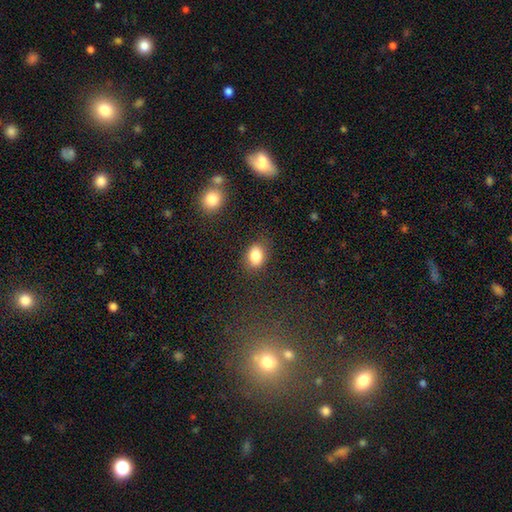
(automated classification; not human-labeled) Smooth or featured: smooth — 84% (star or artifact — 9%)
How rounded: in between — 74% (round — 24%)
Merging: none — 80% (minor disturbance — 14%)